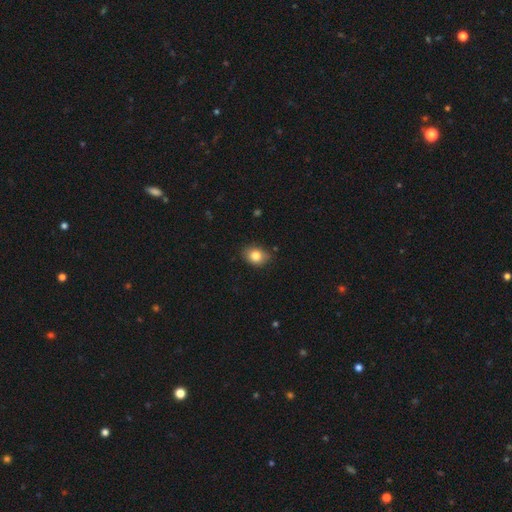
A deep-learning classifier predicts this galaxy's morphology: smooth 82%, star or artifact 10%, featured or disk 8%. Down the decision tree: how rounded — in between (55%); merging — none (81%).